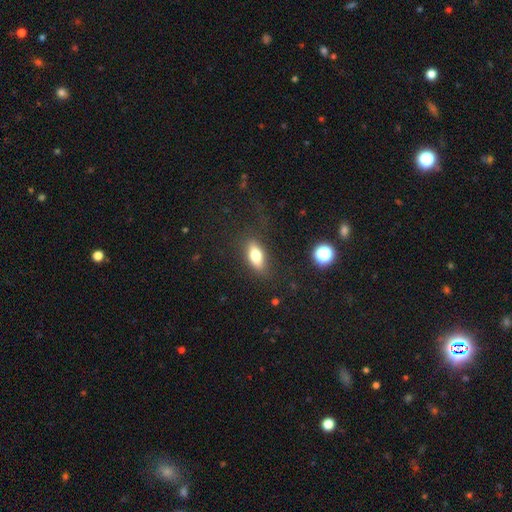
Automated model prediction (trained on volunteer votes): Q: Smooth or featured?
A: smooth (72%); runner-up: featured or disk (19%)
Q: How rounded?
A: in between (77%); runner-up: cigar-shaped (18%)
Q: Merging?
A: none (80%); runner-up: minor disturbance (13%)